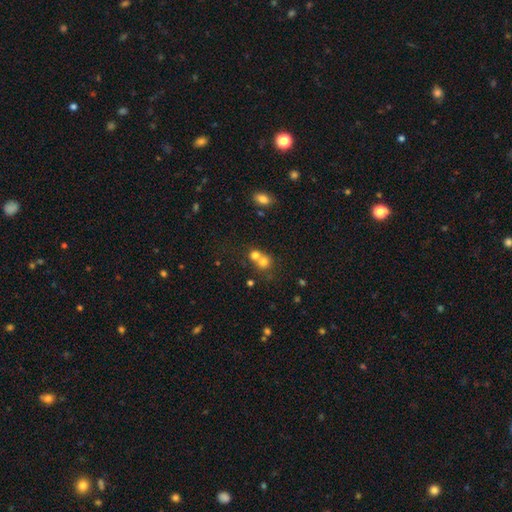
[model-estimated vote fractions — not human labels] smooth_or_featured: smooth (p=0.72) [alt: star or artifact p=0.15]
how_rounded: round (p=0.82) [alt: in between p=0.17]
merging: merger (p=0.56) [alt: none p=0.36]